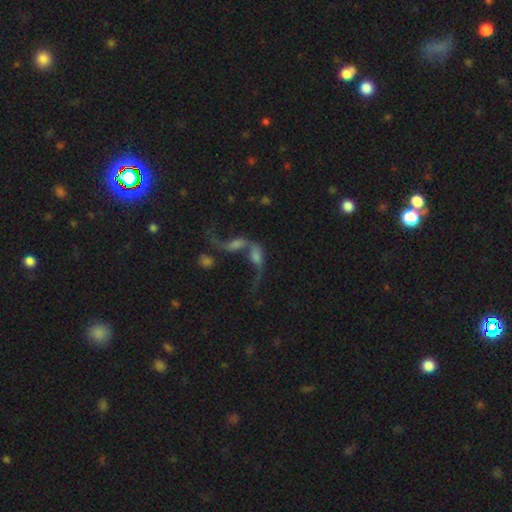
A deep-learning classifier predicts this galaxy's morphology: featured or disk 54%, smooth 30%, star or artifact 15%. Down the decision tree: edge-on disk — no (91%); merging — merger (66%).